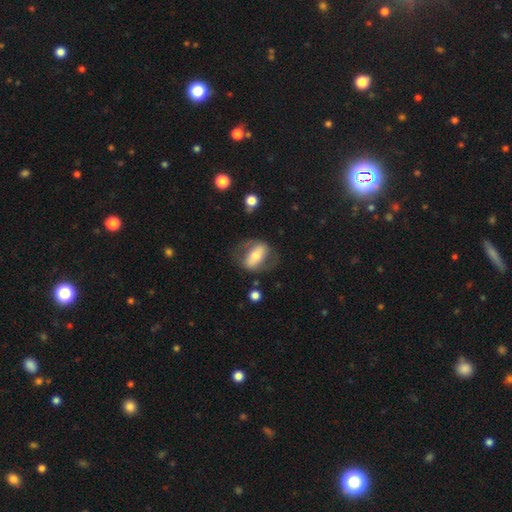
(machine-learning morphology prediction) Q: Smooth or featured?
A: featured or disk (53%); runner-up: smooth (41%)
Q: Edge-on disk?
A: no (84%); runner-up: yes (16%)
Q: Merging?
A: none (65%); runner-up: minor disturbance (18%)